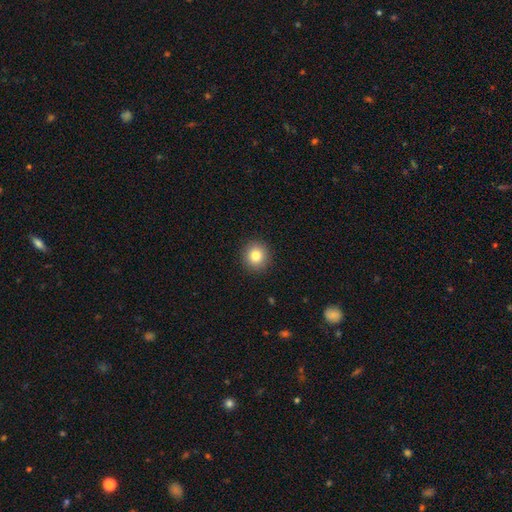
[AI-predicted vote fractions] A smooth galaxy with no disk features (81%) that is round (92%).

Vote fractions:
- Smooth or featured? smooth: 81% / star or artifact: 11% / featured or disk: 8%
- How rounded? round: 92% / in between: 7% / cigar-shaped: 1%
- Merging? none: 92% / minor disturbance: 5% / major disturbance: 2% / merger: 1%